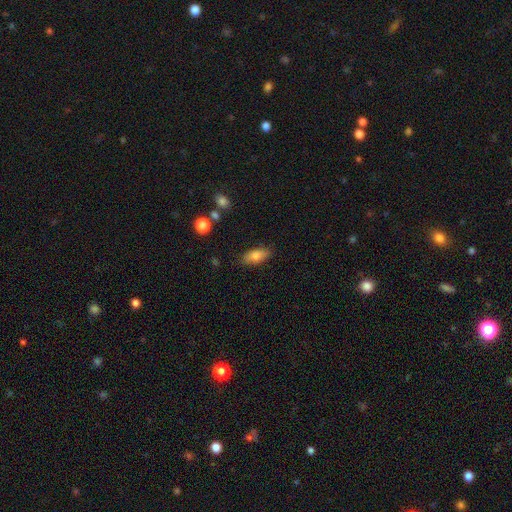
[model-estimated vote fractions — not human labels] This appears to be a smooth galaxy with no disk features (79%) that is in between round and cigar-shaped (80%). Merging: none (85%).